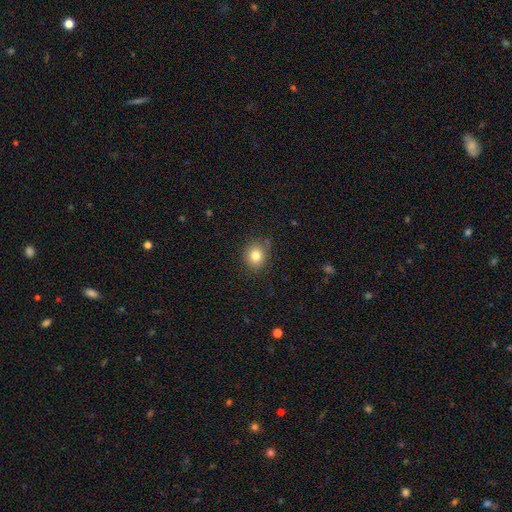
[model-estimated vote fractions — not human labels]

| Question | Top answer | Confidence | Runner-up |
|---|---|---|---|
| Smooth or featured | smooth | 81% | star or artifact (11%) |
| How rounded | round | 73% | in between (26%) |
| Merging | none | 80% | minor disturbance (14%) |